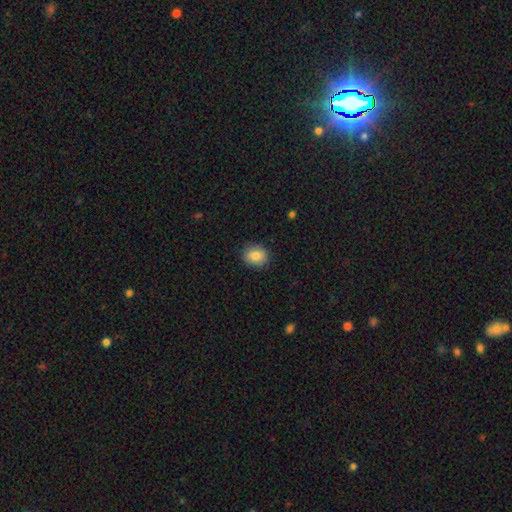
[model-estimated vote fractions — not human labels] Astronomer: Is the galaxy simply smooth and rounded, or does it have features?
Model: smooth — 84%.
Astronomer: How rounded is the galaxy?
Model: round — 56% (runner-up: in between, 43%).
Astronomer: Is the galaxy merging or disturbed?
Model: none — 87%.